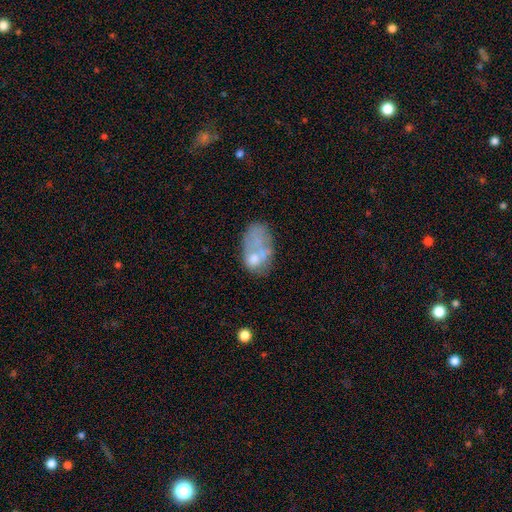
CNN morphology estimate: A smooth galaxy with no disk features (53%) that is in between round and cigar-shaped (89%). Merging: none (31%).